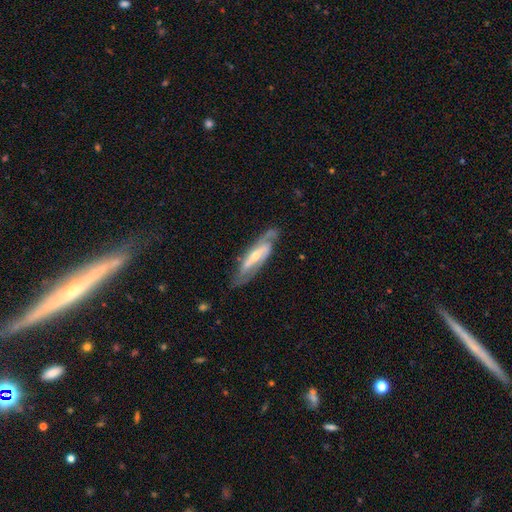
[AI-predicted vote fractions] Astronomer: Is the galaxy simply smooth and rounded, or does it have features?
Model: featured or disk — 82%.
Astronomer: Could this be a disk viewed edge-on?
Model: no — 77%.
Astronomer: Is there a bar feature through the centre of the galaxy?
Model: strong — 49% (runner-up: weak, 28%).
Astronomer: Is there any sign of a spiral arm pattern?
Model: yes — 89%.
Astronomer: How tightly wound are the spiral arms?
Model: medium — 42% (runner-up: tight, 39%).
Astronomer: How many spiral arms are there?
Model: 2 — 76%.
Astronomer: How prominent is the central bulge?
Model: small — 50% (runner-up: moderate, 45%).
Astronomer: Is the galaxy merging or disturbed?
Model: none — 75%.